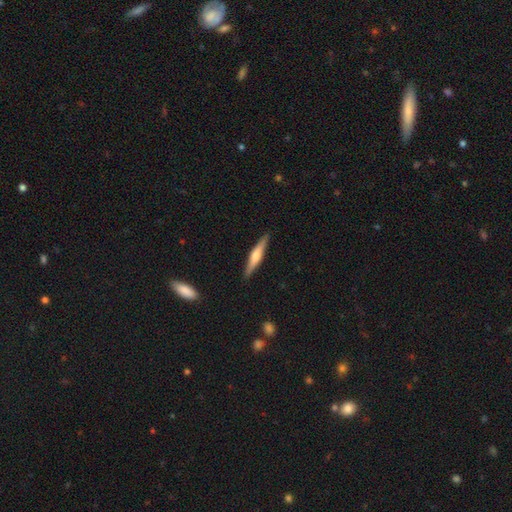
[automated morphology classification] smooth_or_featured: featured or disk (p=0.55) [alt: smooth p=0.39]
disk_edge_on: yes (p=0.96) [alt: no p=0.04]
edge_on_bulge: rounded (p=0.77) [alt: boxy p=0.13]
merging: none (p=0.90) [alt: minor disturbance p=0.08]